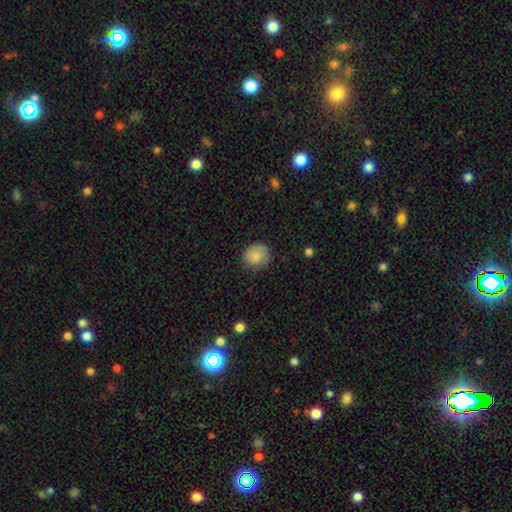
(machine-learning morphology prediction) smooth-or-featured: smooth: 85% | star or artifact: 8% | featured or disk: 8%
  how-rounded: round: 78% | in between: 21% | cigar-shaped: 1%
  merging: none: 80% | minor disturbance: 15% | major disturbance: 3% | merger: 1%